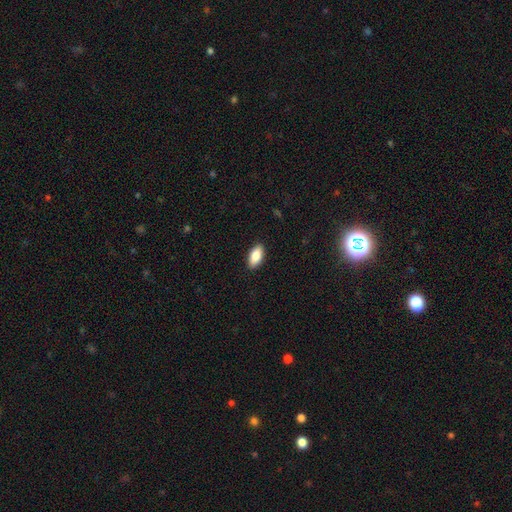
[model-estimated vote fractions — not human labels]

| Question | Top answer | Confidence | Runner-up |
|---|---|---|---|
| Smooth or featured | smooth | 85% | featured or disk (8%) |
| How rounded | in between | 91% | cigar-shaped (6%) |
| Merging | none | 90% | minor disturbance (7%) |